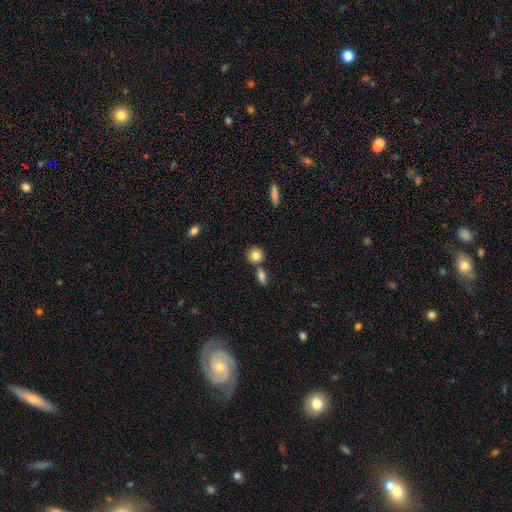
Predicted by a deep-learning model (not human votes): The model was most divided on "merging": none: 65%, merger: 23%, minor disturbance: 9%, major disturbance: 3%. More confident: smooth or featured — smooth (83%); how rounded — round (83%).